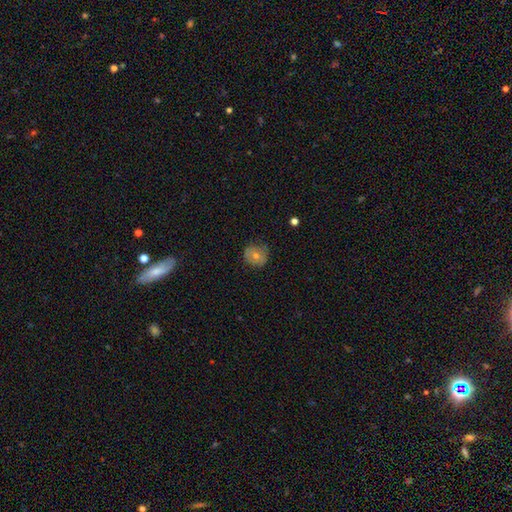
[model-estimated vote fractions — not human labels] This appears to be a smooth galaxy with no disk features (48%). Merging: none (75%).